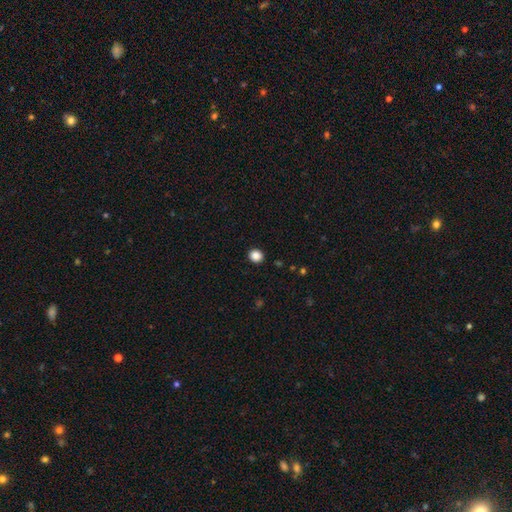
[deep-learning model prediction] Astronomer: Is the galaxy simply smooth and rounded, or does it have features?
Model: smooth — 87%.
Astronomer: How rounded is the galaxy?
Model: round — 81%.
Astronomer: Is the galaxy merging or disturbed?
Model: none — 92%.